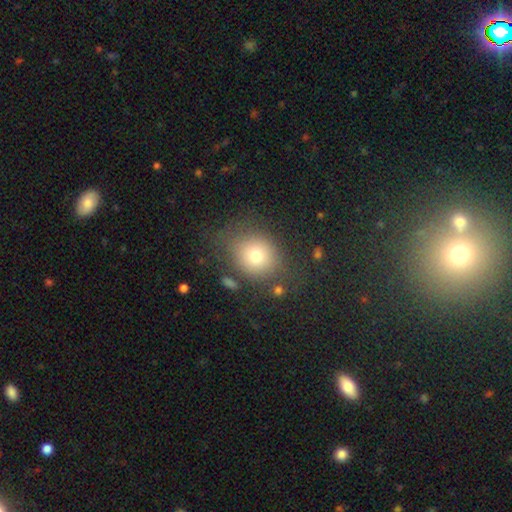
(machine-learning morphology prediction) Smooth or featured: smooth — 73% (featured or disk — 14%)
How rounded: round — 69% (in between — 30%)
Merging: none — 71% (minor disturbance — 16%)